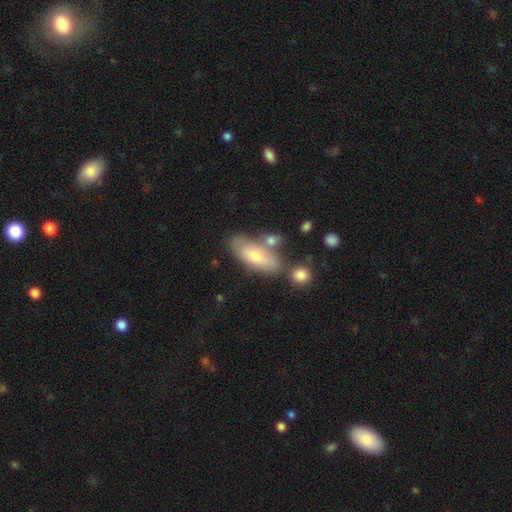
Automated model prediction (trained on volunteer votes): This appears to be a smooth galaxy with no disk features (66%) that is in between round and cigar-shaped (78%). Merging: none (60%).